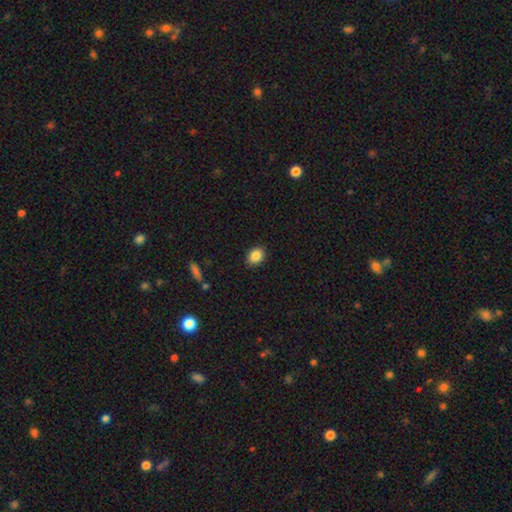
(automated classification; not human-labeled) Smooth or featured? smooth (86%)
How rounded? in between (61%)
Merging? none (88%)